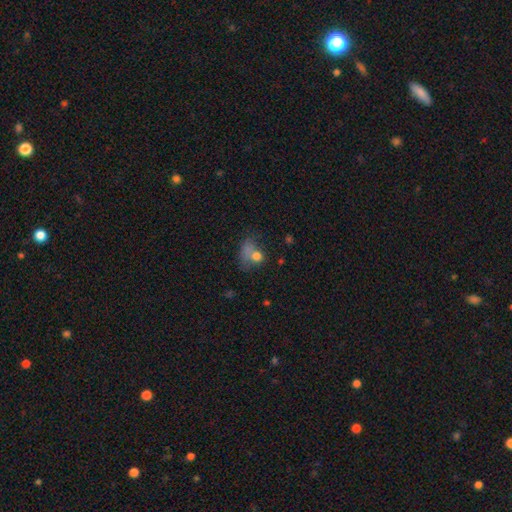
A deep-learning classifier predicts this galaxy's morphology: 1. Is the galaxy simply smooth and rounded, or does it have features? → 69% smooth, 17% featured or disk, 14% star or artifact.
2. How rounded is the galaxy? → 50% in between, 49% round, 2% cigar-shaped.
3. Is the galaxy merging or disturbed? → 35% major disturbance, 26% none, 20% merger, 19% minor disturbance.